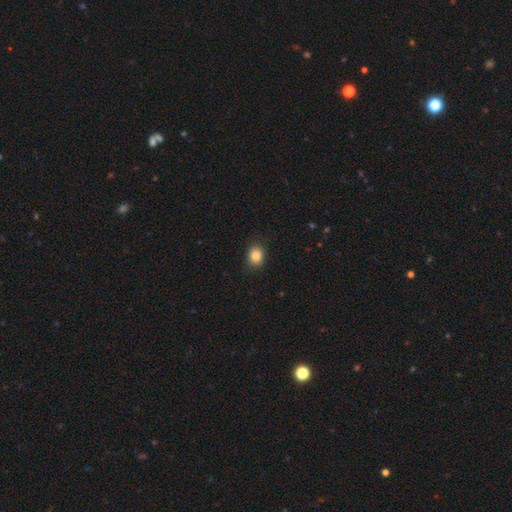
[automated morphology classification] This appears to be a smooth galaxy with no disk features (87%) that is round (50%). Merging: none (86%).